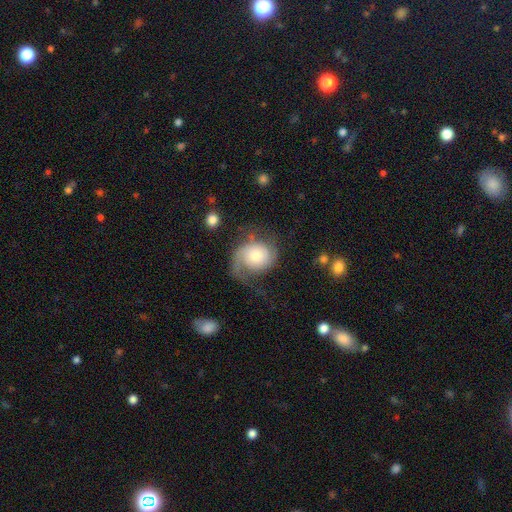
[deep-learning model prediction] A featured or disk galaxy (69%) with no bar (76%), 2 (43%, tied with 1) medium (37%) spiral arms (92%) and a moderate central bulge (57%).

Vote fractions:
- Smooth or featured? featured or disk: 69% / smooth: 24% / star or artifact: 7%
- Edge-on disk? no: 97% / yes: 3%
- Bar? no: 76% / weak: 20% / strong: 4%
- Spiral arms? yes: 92% / no: 8%
- Spiral winding? medium: 37% / tight: 33% / loose: 30%
- Spiral arm count? 2: 43% (tied) / 1: 43% (tied) / can't tell: 8% / 3: 3% / 4: 1% / more than 4: 1%
- Bulge size? moderate: 57% / small: 30% / large: 9% / dominant: 2% / none: 2%
- Merging? none: 48% / major disturbance: 28% / minor disturbance: 22% / merger: 2%